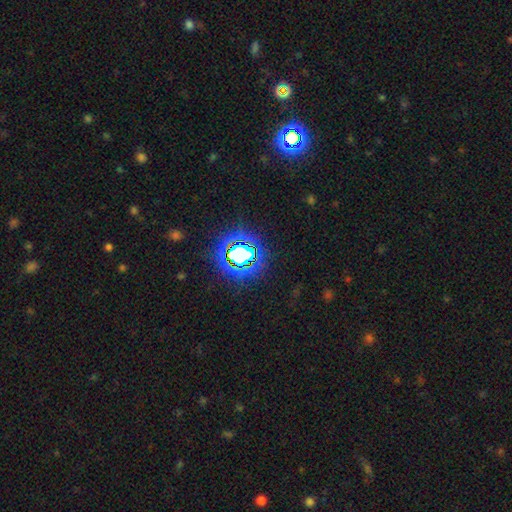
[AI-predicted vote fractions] star or artifact 80%, smooth 13%, featured or disk 7%.